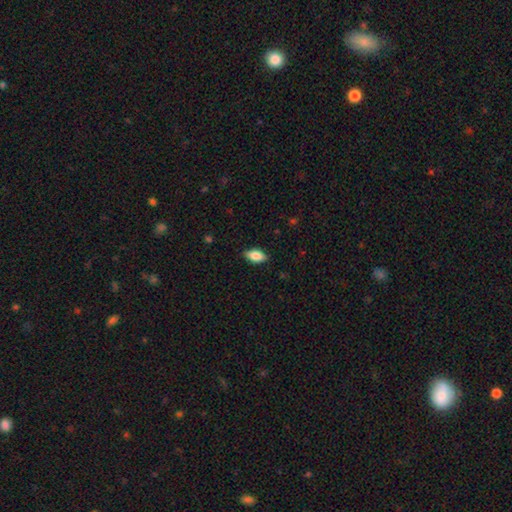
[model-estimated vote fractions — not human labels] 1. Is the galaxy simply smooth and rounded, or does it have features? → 80% smooth, 12% featured or disk, 7% star or artifact.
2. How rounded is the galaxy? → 89% in between, 7% cigar-shaped, 4% round.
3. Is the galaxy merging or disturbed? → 85% none, 12% minor disturbance, 2% major disturbance, 1% merger.